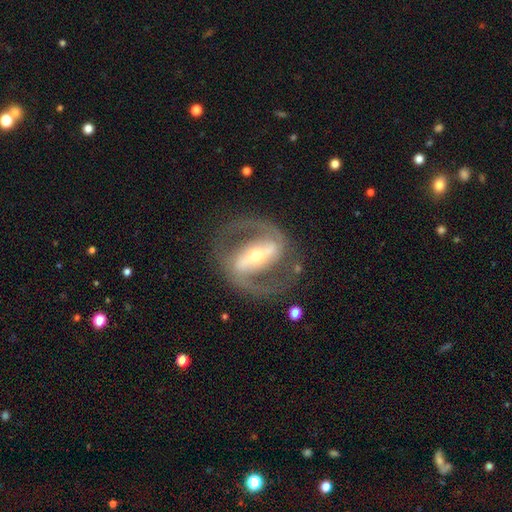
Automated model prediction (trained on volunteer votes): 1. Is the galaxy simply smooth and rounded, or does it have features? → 90% featured or disk, 6% smooth, 4% star or artifact.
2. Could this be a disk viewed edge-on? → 95% no, 5% yes.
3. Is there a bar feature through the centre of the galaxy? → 74% strong, 17% weak, 9% no.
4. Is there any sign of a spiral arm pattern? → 92% yes, 8% no.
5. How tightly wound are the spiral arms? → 57% medium, 24% tight, 19% loose.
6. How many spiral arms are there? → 92% 2, 3% can't tell, 2% 1, 1% 3, 1% 4, 1% more than 4.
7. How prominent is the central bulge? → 48% small, 46% moderate, 4% large, 1% dominant, 1% none.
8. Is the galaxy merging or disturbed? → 80% none, 11% minor disturbance, 8% major disturbance, 2% merger.